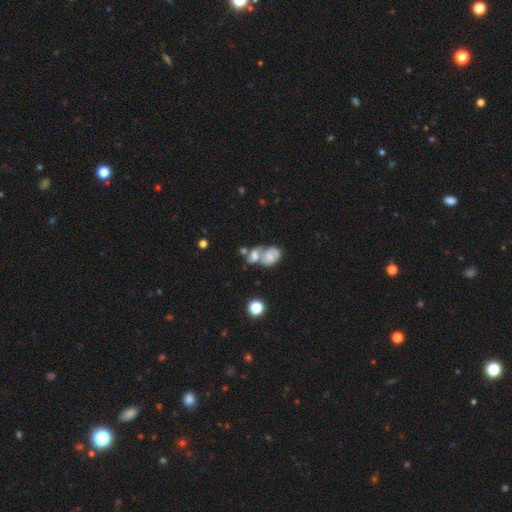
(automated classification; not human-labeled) This appears to be a featured or disk galaxy (44%). Merging: merger (57%).